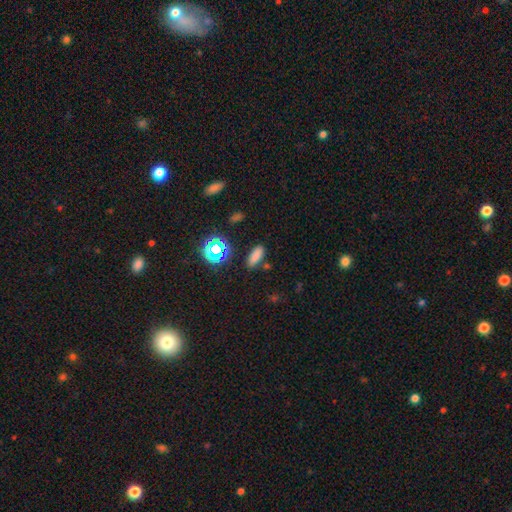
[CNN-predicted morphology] Smooth or featured: smooth — 75% (star or artifact — 19%)
How rounded: in between — 71% (cigar-shaped — 24%)
Merging: none — 84% (minor disturbance — 10%)